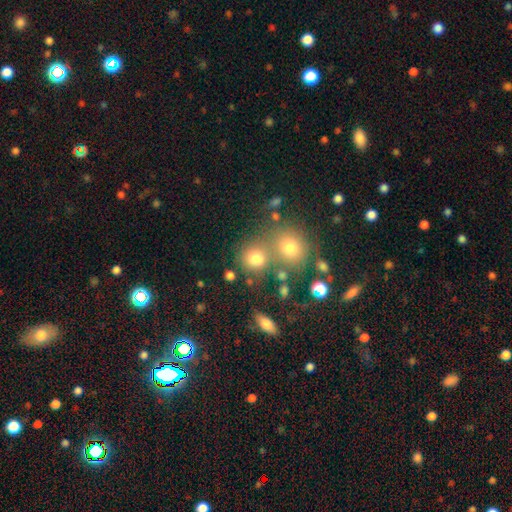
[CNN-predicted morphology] Smooth or featured?
  - smooth: 74% *
  - star or artifact: 16%
  - featured or disk: 10%
How rounded?
  - round: 78% *
  - in between: 21%
  - cigar-shaped: 1%
Merging?
  - none: 48% *
  - merger: 37%
  - minor disturbance: 10%
  - major disturbance: 5%